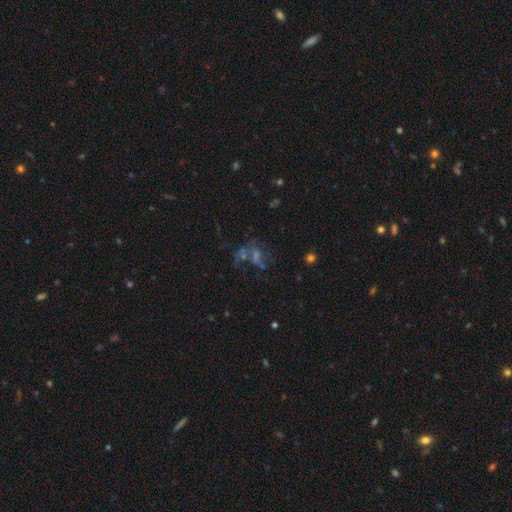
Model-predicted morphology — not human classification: Overall: star or artifact (40%; featured or disk 39%).